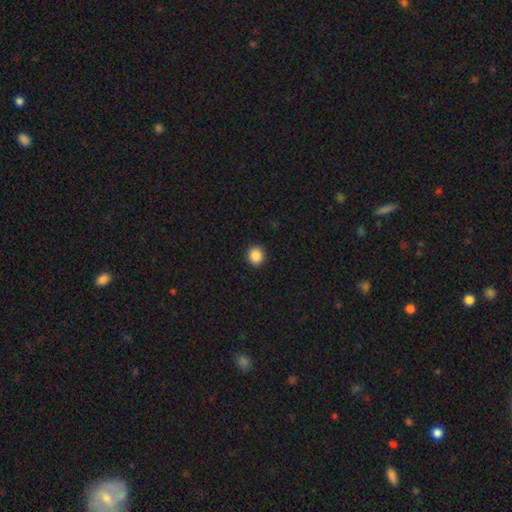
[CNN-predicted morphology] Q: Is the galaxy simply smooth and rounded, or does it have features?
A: smooth — 87%.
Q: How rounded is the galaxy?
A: round — 88%.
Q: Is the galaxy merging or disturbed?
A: none — 93%.